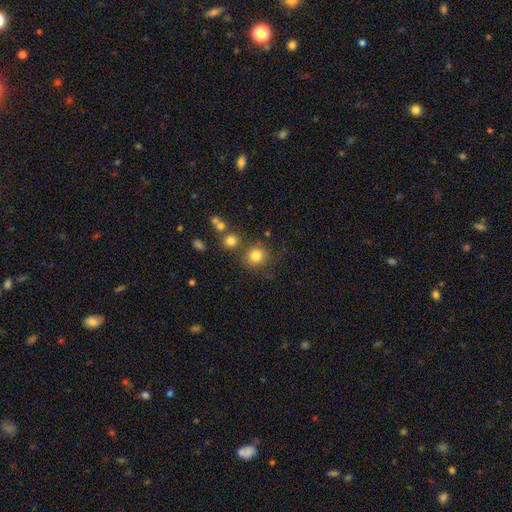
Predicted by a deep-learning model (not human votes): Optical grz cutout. It shows a smooth galaxy with no disk features (80%) that is round (84%). Merging: none (74%).